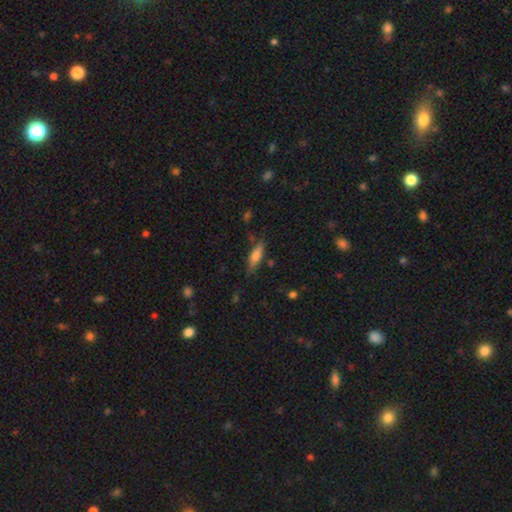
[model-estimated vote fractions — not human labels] smooth 66%, featured or disk 27%, star or artifact 7%. Down the decision tree: how rounded — cigar-shaped (59%); merging — none (77%).